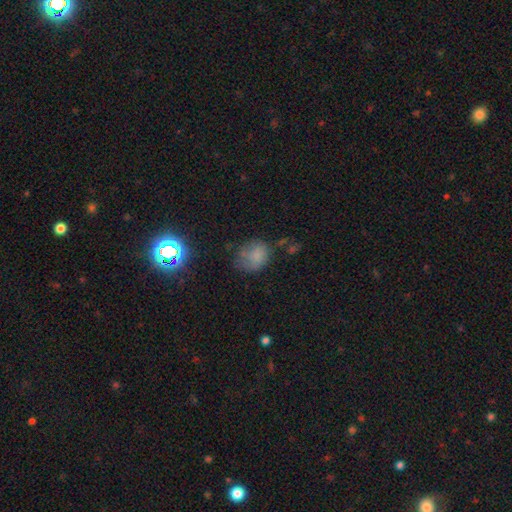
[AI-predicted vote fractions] Smooth or featured? Predicted: smooth (p=0.68). How rounded? Predicted: in between (p=0.50). Merging? Predicted: none (p=0.44).